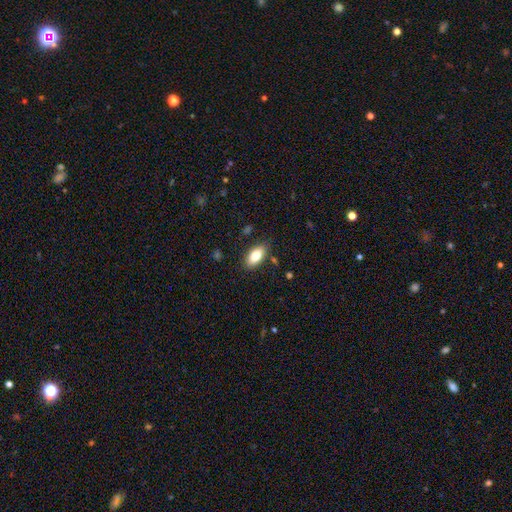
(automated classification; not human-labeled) This is clearly a smooth galaxy (80%). How rounded: clearly in between (91%). Merging: clearly none (84%).